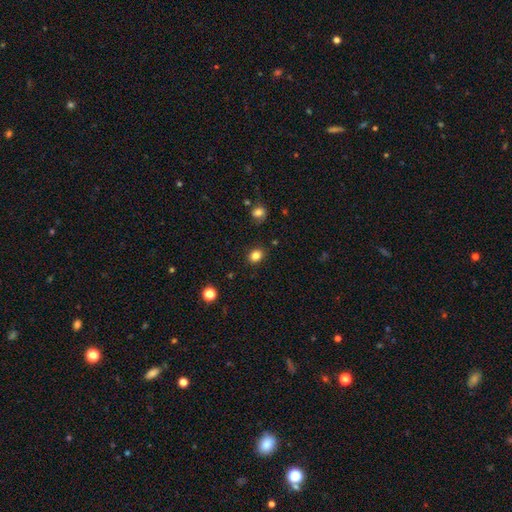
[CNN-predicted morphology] smooth-or-featured: smooth: 83% | star or artifact: 12% | featured or disk: 5%
  how-rounded: round: 51% | in between: 48% | cigar-shaped: 1%
  merging: none: 87% | minor disturbance: 9% | major disturbance: 2% | merger: 2%